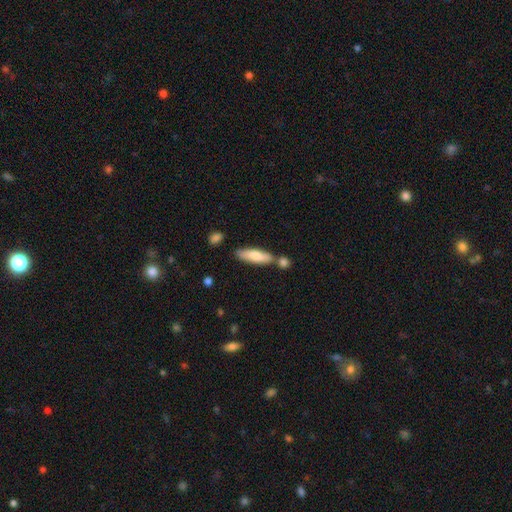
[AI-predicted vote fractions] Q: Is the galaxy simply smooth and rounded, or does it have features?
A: smooth — 76%.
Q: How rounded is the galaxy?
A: cigar-shaped — 61%.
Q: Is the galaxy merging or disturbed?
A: none — 66%.